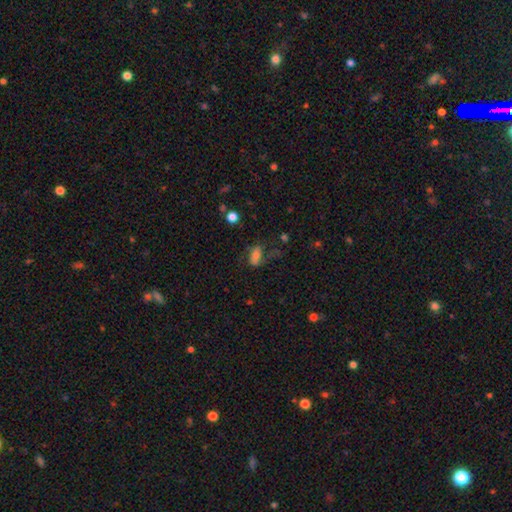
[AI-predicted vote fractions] Smooth or featured? smooth (65%)
How rounded? in between (83%)
Merging? none (50%)